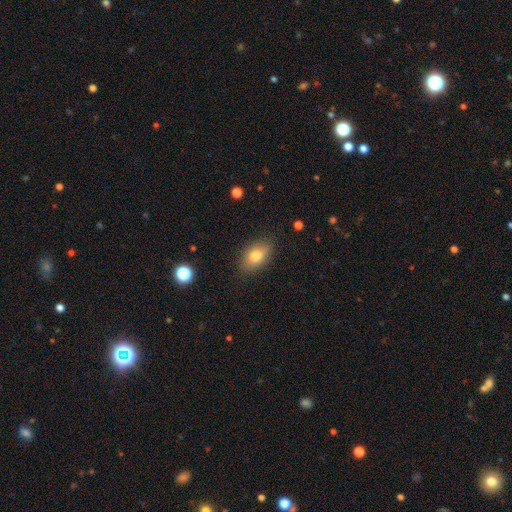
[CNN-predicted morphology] This appears to be a smooth galaxy with no disk features (77%) that is in between round and cigar-shaped (85%). Merging: none (82%).